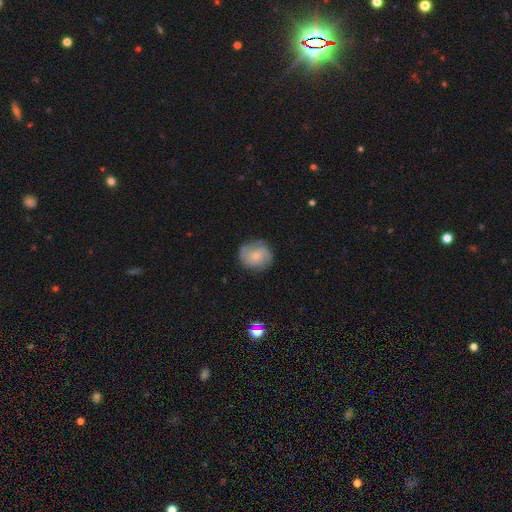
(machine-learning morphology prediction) Smooth or featured? featured or disk (66%)
Edge-on disk? no (98%)
Bar? no (70%)
Spiral arms? yes (92%)
Spiral winding? tight (44%)
Spiral arm count? 2 (51%)
Bulge size? small (67%)
Merging? none (74%)